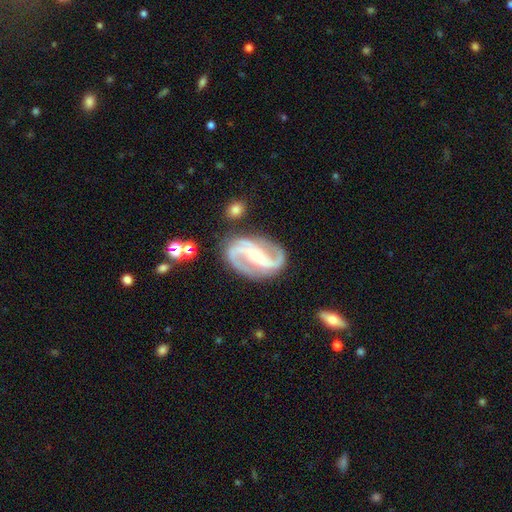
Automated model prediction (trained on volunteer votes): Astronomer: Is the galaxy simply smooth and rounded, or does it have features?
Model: featured or disk — 91%.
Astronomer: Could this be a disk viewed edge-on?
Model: no — 97%.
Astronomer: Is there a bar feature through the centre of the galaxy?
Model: strong — 48% (runner-up: weak, 29%).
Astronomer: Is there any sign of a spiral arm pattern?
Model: yes — 98%.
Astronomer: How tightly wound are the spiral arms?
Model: medium — 52%.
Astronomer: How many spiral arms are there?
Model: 2 — 92%.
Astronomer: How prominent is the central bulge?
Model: small — 59% (runner-up: moderate, 35%).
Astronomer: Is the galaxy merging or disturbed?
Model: none — 80%.